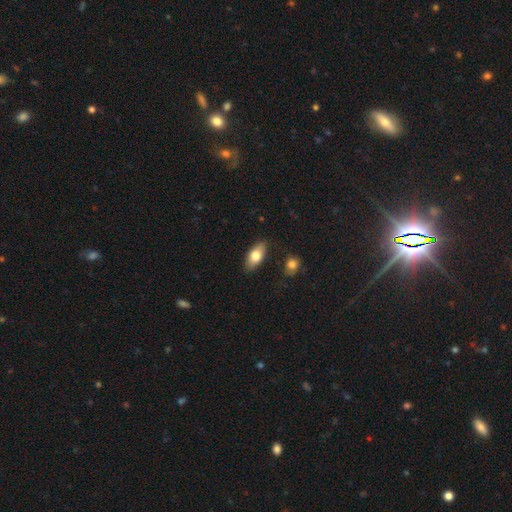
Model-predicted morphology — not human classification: smooth 75%, featured or disk 18%, star or artifact 6%. Down the decision tree: how rounded — in between (87%); merging — none (83%).